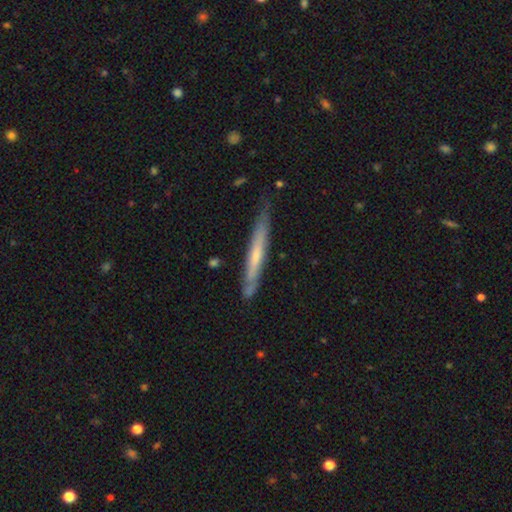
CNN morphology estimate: smooth-or-featured: featured or disk: 51% | smooth: 44% | star or artifact: 5%
  disk-edge-on: yes: 89% | no: 11%
  merging: none: 72% | minor disturbance: 22% | major disturbance: 3% | merger: 3%